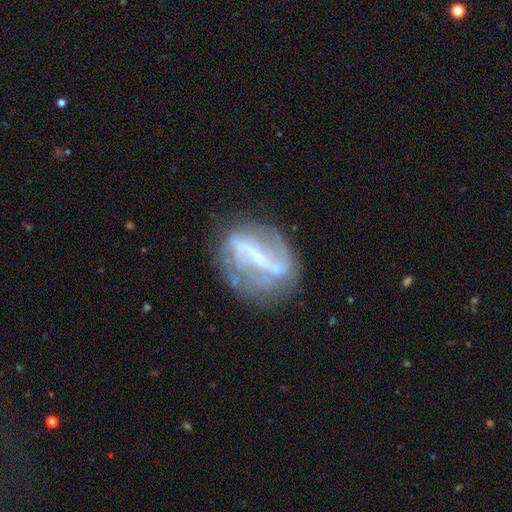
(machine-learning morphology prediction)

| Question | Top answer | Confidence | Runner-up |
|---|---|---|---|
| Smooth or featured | featured or disk | 79% | smooth (12%) |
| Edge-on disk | no | 94% | yes (6%) |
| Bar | strong | 68% | weak (23%) |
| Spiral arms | yes | 72% | no (28%) |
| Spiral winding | loose | 46% | medium (32%) |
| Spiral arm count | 2 | 67% | can't tell (19%) |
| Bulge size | small | 65% | none (17%) |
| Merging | none | 65% | minor disturbance (19%) |